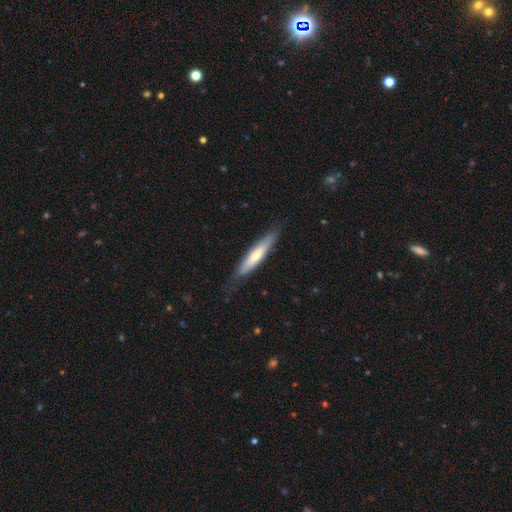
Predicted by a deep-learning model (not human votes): A smooth galaxy with no disk features (59%) that is cigar-shaped (84%).

Vote fractions:
- Smooth or featured? smooth: 59% / featured or disk: 35% / star or artifact: 5%
- How rounded? cigar-shaped: 84% / in between: 14% / round: 1%
- Merging? none: 79% / minor disturbance: 16% / major disturbance: 4% / merger: 1%